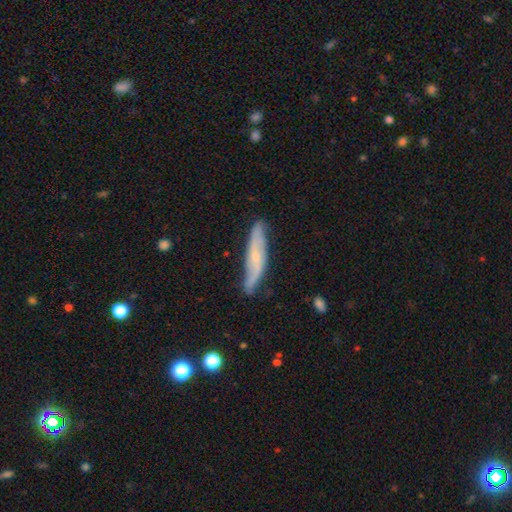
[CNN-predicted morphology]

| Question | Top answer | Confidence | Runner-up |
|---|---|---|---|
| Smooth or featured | featured or disk | 60% | smooth (34%) |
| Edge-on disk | no | 57% | yes (43%) |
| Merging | none | 69% | minor disturbance (24%) |